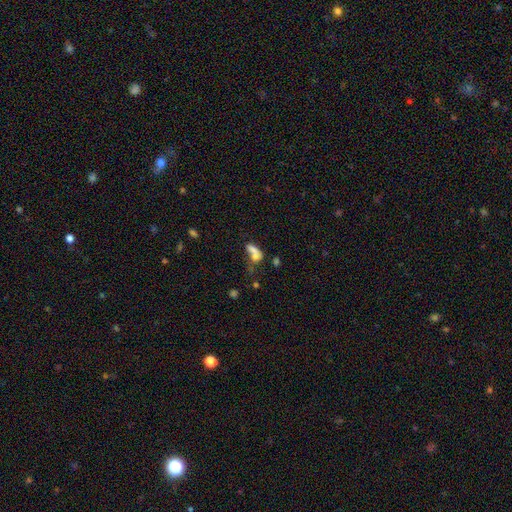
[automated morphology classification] Q: Smooth or featured?
A: smooth (67%); runner-up: featured or disk (21%)
Q: How rounded?
A: in between (74%); runner-up: round (17%)
Q: Merging?
A: merger (58%); runner-up: none (19%)